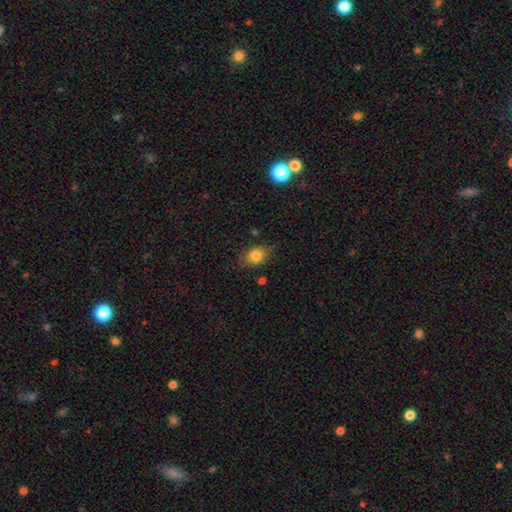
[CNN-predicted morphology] This appears to be a smooth galaxy with no disk features (81%) that is in between round and cigar-shaped (68%). Merging: none (75%).